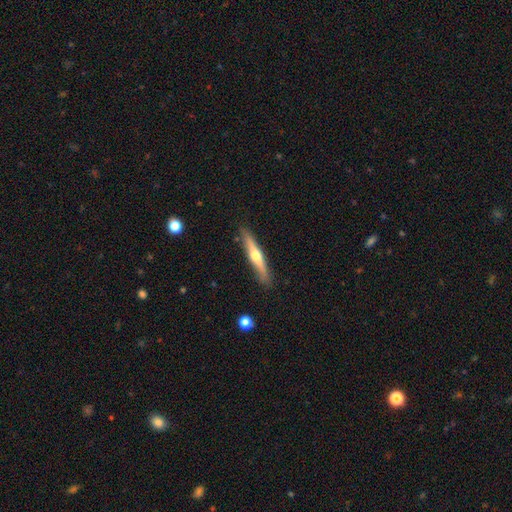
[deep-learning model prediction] The model was most divided on "smooth or featured": featured or disk: 59%, smooth: 36%, star or artifact: 5%. More confident: edge-on disk — yes (95%); edge-on bulge — rounded (89%); merging — none (87%).